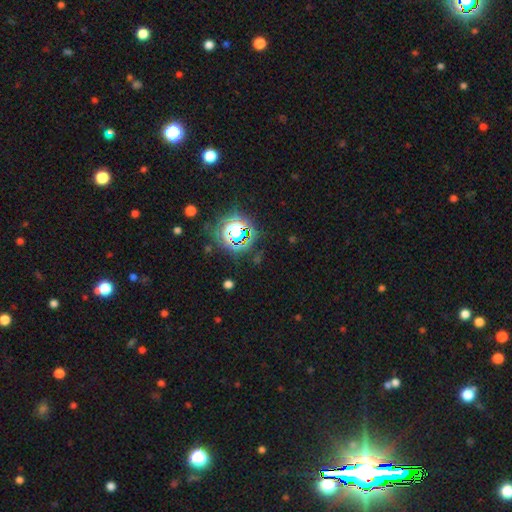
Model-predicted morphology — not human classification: smooth_or_featured: star or artifact (p=0.77) [alt: smooth p=0.14]